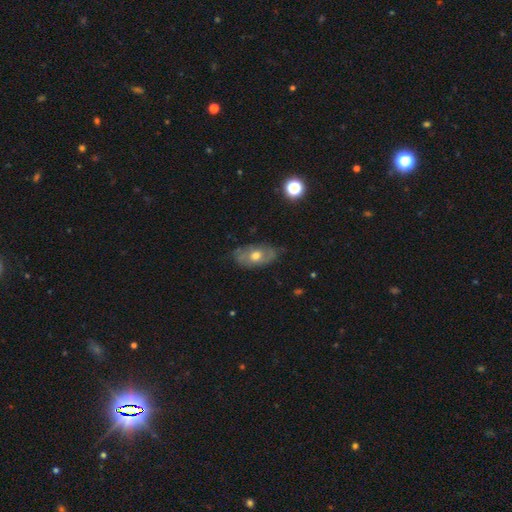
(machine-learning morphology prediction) type=featured or disk (57%); edge-on=no (87%); merging=none (74%).